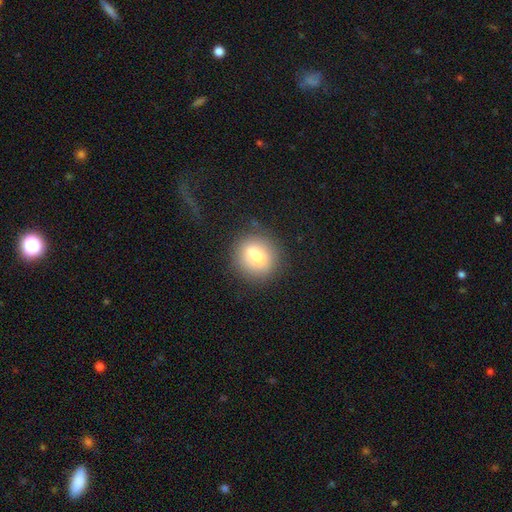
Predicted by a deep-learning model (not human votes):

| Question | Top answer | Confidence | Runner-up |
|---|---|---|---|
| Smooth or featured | smooth | 73% | featured or disk (17%) |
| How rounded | round | 68% | in between (30%) |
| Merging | none | 84% | minor disturbance (10%) |